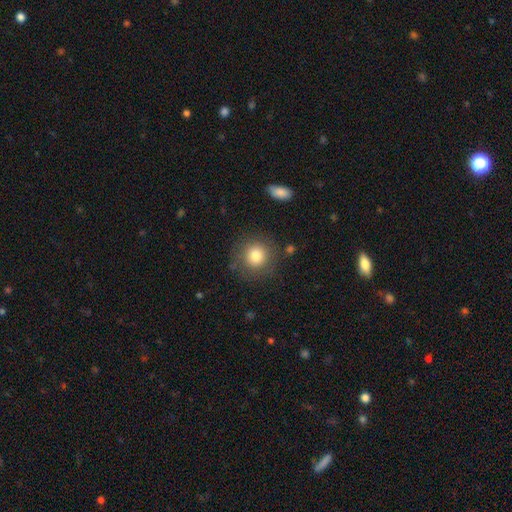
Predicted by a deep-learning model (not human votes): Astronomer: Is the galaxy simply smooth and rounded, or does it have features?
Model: smooth — 80%.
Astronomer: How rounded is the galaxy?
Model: round — 92%.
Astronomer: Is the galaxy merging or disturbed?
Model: none — 82%.